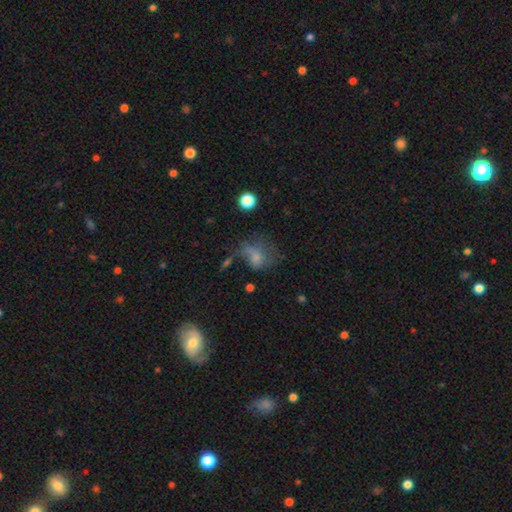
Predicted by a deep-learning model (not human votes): smooth-or-featured: smooth: 56% | featured or disk: 28% | star or artifact: 16%
  how-rounded: in between: 58% | round: 40% | cigar-shaped: 2%
  merging: major disturbance: 41% | none: 29% | minor disturbance: 21% | merger: 9%